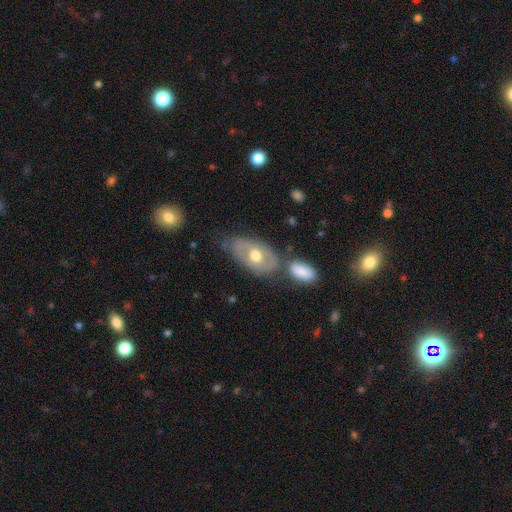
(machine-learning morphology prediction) This appears to be a featured or disk galaxy (55%). Merging: none (59%).